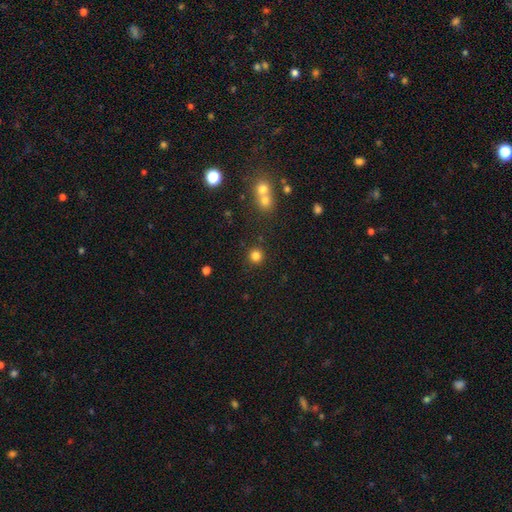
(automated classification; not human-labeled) Smooth or featured? smooth (82%)
How rounded? round (94%)
Merging? none (88%)